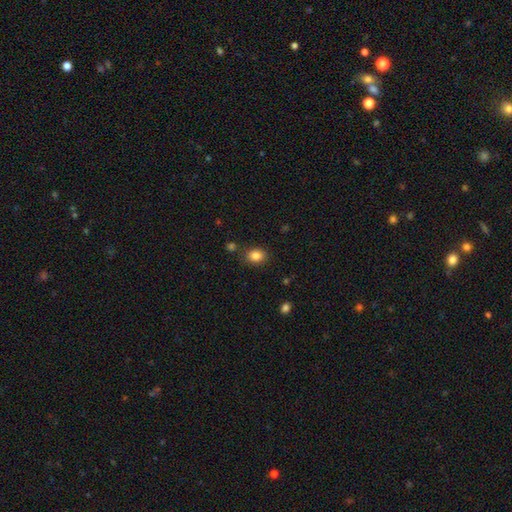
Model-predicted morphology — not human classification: A smooth galaxy with no disk features (84%) that is in between round and cigar-shaped (50%).

Vote fractions:
- Smooth or featured? smooth: 84% / star or artifact: 10% / featured or disk: 5%
- How rounded? in between: 50% / round: 49% / cigar-shaped: 1%
- Merging? none: 81% / minor disturbance: 11% / merger: 4% / major disturbance: 3%